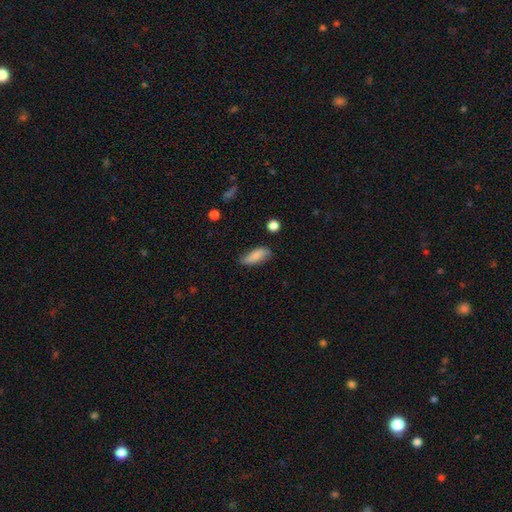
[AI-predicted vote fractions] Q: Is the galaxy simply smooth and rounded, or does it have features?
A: smooth — 79%.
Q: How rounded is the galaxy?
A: in between — 75%.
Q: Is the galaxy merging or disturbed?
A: none — 71%.